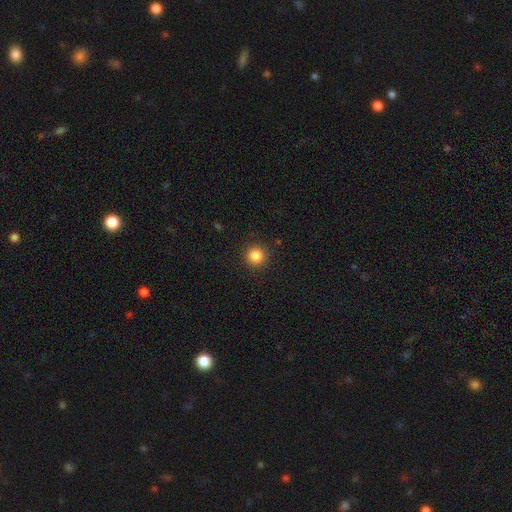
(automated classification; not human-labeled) A smooth galaxy with no disk features (85%) that is round (95%).

Vote fractions:
- Smooth or featured? smooth: 85% / star or artifact: 11% / featured or disk: 4%
- How rounded? round: 95% / in between: 4% / cigar-shaped: 1%
- Merging? none: 92% / minor disturbance: 5% / major disturbance: 2% / merger: 1%